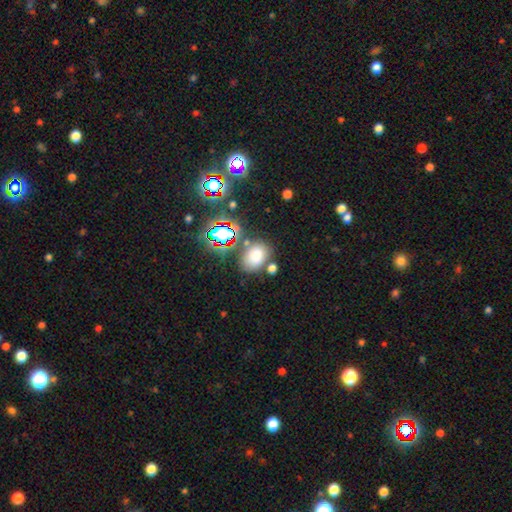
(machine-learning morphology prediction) Q: Smooth or featured?
A: smooth (72%); runner-up: star or artifact (19%)
Q: How rounded?
A: in between (67%); runner-up: round (32%)
Q: Merging?
A: none (66%); runner-up: minor disturbance (16%)